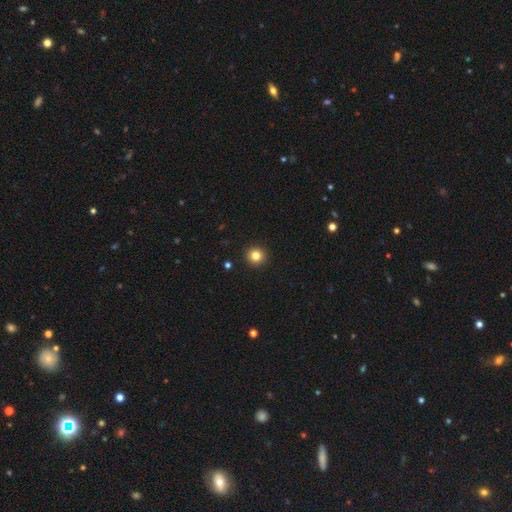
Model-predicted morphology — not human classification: Smooth or featured?
  - smooth: 83% *
  - star or artifact: 12%
  - featured or disk: 6%
How rounded?
  - round: 96% *
  - in between: 3%
  - cigar-shaped: 1%
Merging?
  - none: 94% *
  - minor disturbance: 4%
  - major disturbance: 1%
  - merger: 1%